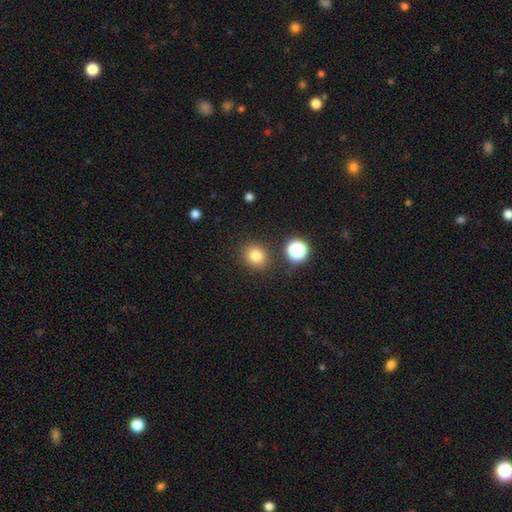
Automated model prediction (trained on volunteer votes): smooth_or_featured: smooth (p=0.79) [alt: star or artifact p=0.15]
how_rounded: round (p=0.82) [alt: in between p=0.17]
merging: none (p=0.86) [alt: minor disturbance p=0.08]